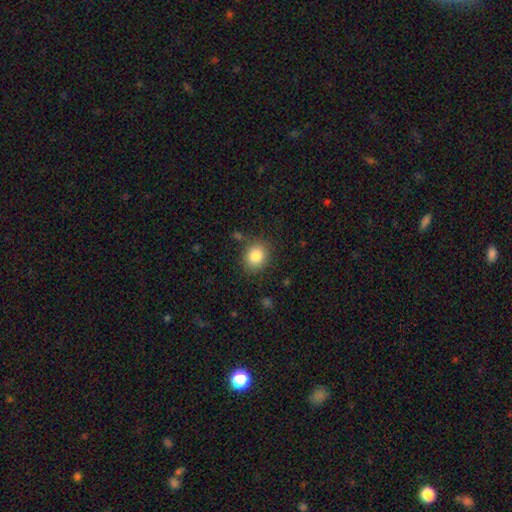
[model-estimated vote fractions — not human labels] Q: Smooth or featured?
A: smooth (84%); runner-up: star or artifact (10%)
Q: How rounded?
A: round (73%); runner-up: in between (27%)
Q: Merging?
A: none (82%); runner-up: minor disturbance (11%)